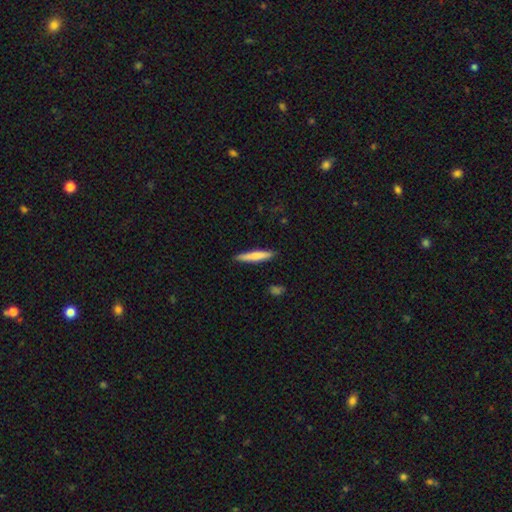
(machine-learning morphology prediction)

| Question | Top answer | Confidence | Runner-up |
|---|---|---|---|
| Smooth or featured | smooth | 73% | featured or disk (22%) |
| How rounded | cigar-shaped | 92% | in between (7%) |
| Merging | none | 89% | minor disturbance (8%) |